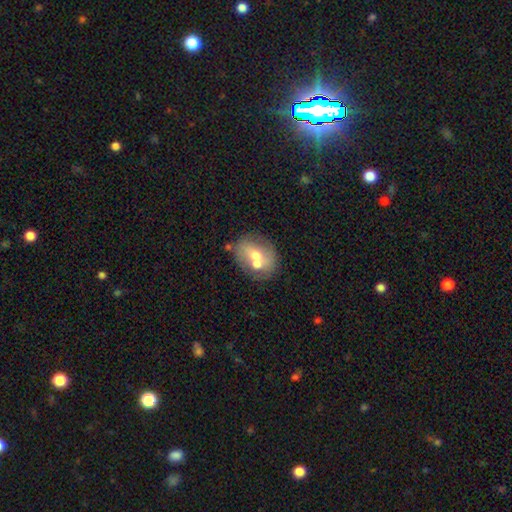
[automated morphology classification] This appears to be a smooth galaxy with no disk features (52%) that is in between round and cigar-shaped (57%). Merging: none (50%).